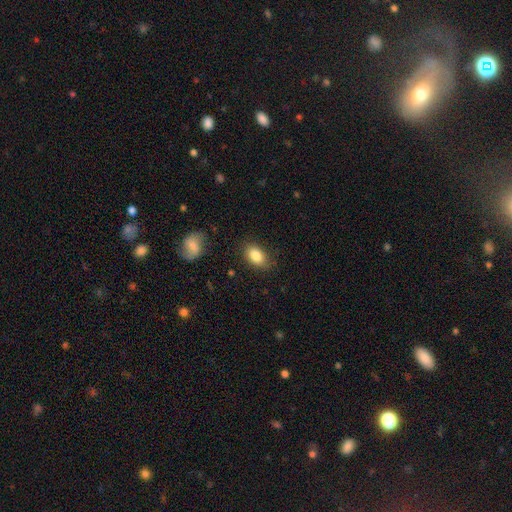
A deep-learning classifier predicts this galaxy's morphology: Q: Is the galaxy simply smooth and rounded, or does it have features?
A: smooth — 85%.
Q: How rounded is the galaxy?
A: in between — 85%.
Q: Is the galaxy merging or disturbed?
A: none — 82%.